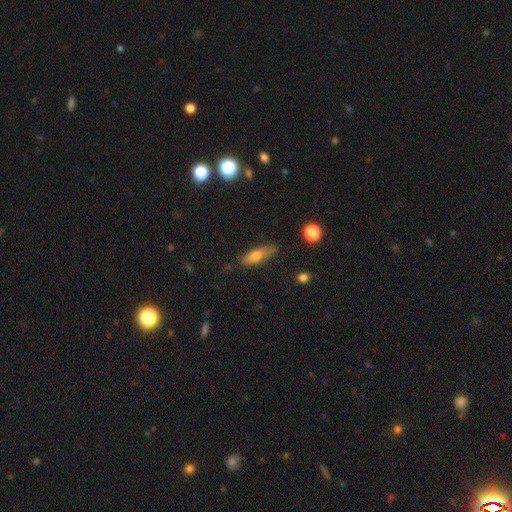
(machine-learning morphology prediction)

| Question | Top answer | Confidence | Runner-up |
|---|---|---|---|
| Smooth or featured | smooth | 63% | featured or disk (29%) |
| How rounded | cigar-shaped | 54% | in between (43%) |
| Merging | none | 77% | minor disturbance (17%) |